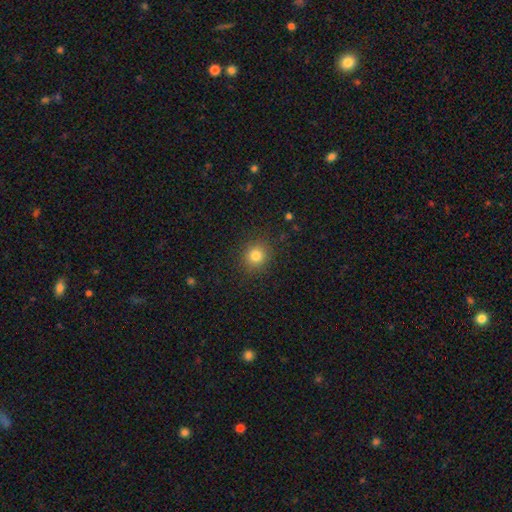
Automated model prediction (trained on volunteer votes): Morphology: type=smooth (81%); roundness=round (88%); merging=none (89%).